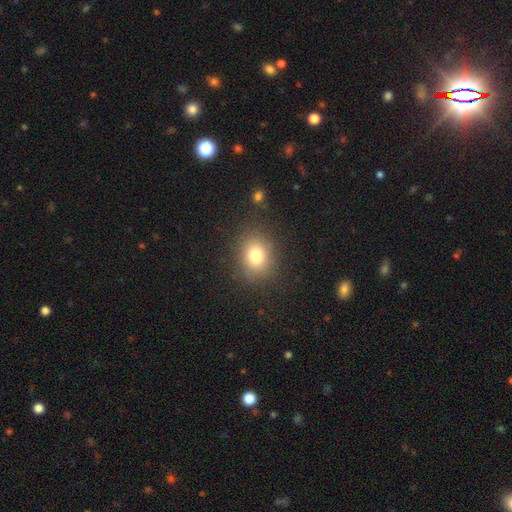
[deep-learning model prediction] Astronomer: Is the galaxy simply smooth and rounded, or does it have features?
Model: smooth — 78%.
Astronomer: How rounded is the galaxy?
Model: round — 62% (runner-up: in between, 38%).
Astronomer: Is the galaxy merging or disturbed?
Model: none — 84%.